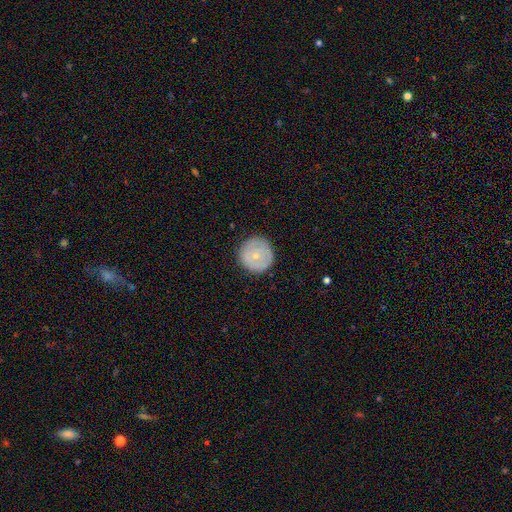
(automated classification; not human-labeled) smooth_or_featured: smooth (p=0.57) [alt: featured or disk p=0.37]
how_rounded: round (p=0.96) [alt: in between p=0.03]
merging: none (p=0.87) [alt: minor disturbance p=0.09]